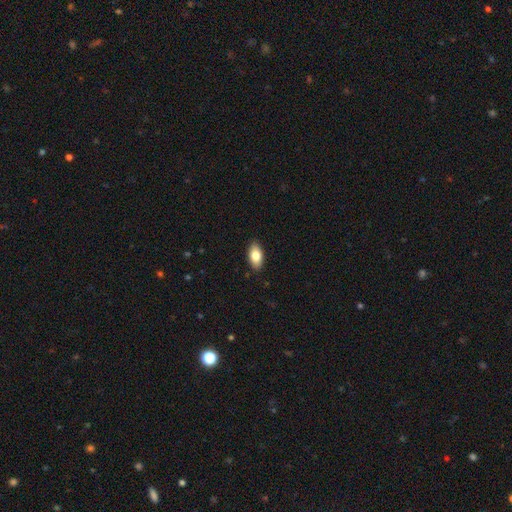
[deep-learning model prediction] Smooth or featured?
  - smooth: 81% *
  - featured or disk: 13%
  - star or artifact: 7%
How rounded?
  - in between: 92% *
  - cigar-shaped: 4%
  - round: 4%
Merging?
  - none: 89% *
  - minor disturbance: 8%
  - major disturbance: 2%
  - merger: 1%